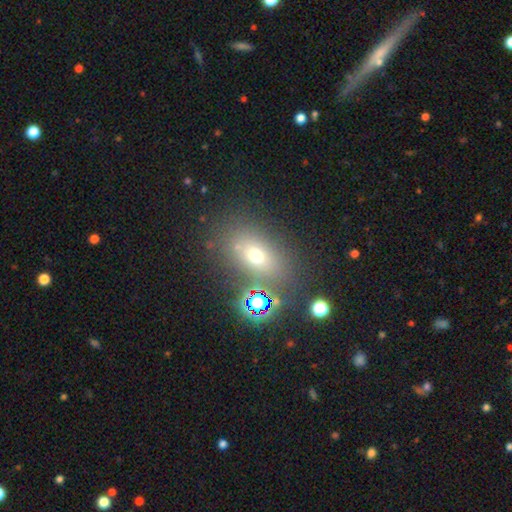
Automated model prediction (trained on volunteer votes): Morphology: type=smooth (62%); roundness=in between (66%); merging=none (74%).